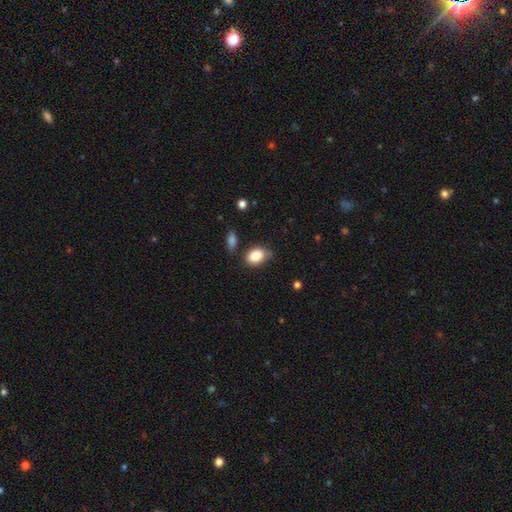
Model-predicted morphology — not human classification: Smooth or featured? smooth (85%)
How rounded? in between (78%)
Merging? none (71%)